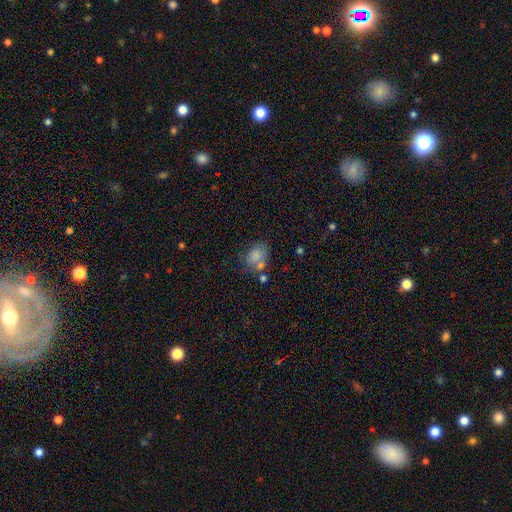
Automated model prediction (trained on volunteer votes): This appears to be a smooth galaxy with no disk features (73%) that is in between round and cigar-shaped (64%). Merging: none (44%).